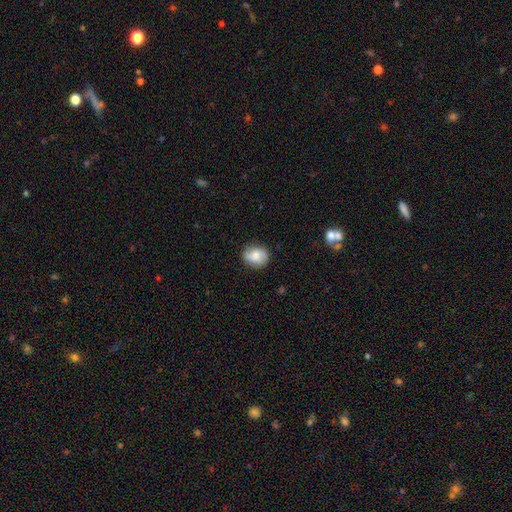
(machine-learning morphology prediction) smooth 74%, featured or disk 17%, star or artifact 8%. Down the decision tree: how rounded — round (56%); merging — none (78%).